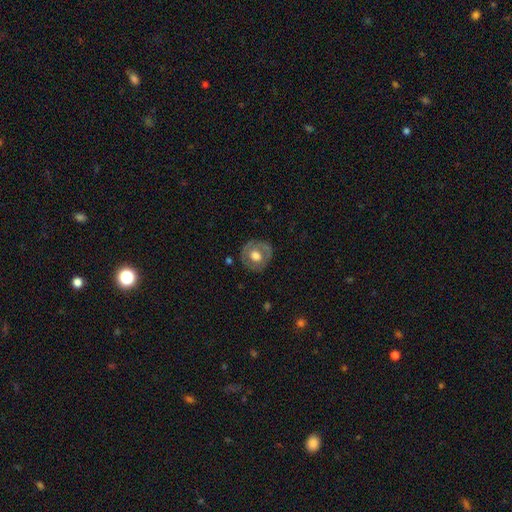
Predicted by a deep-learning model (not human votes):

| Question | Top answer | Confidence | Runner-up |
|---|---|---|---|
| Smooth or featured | smooth | 51% | featured or disk (43%) |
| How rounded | round | 86% | in between (13%) |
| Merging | none | 81% | minor disturbance (14%) |